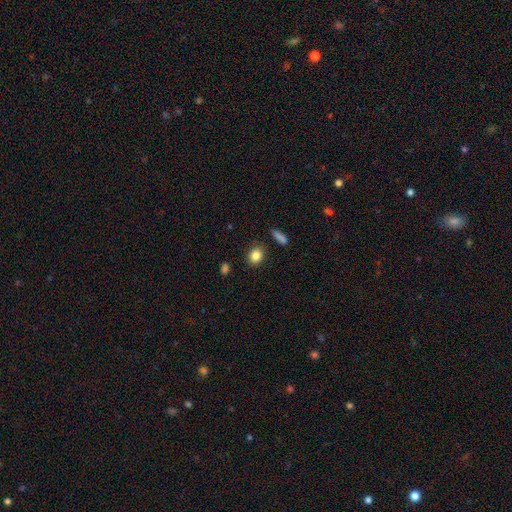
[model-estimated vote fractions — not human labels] smooth 84%, star or artifact 9%, featured or disk 6%. Down the decision tree: how rounded — round (59%); merging — none (87%).